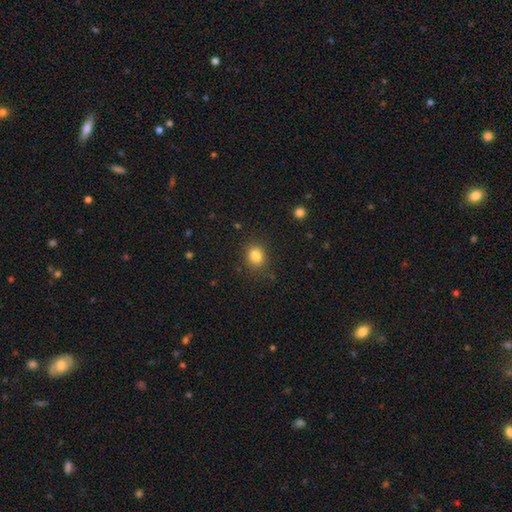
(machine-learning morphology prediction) This is clearly a smooth galaxy (83%). How rounded: likely round (70%). Merging: clearly none (85%).